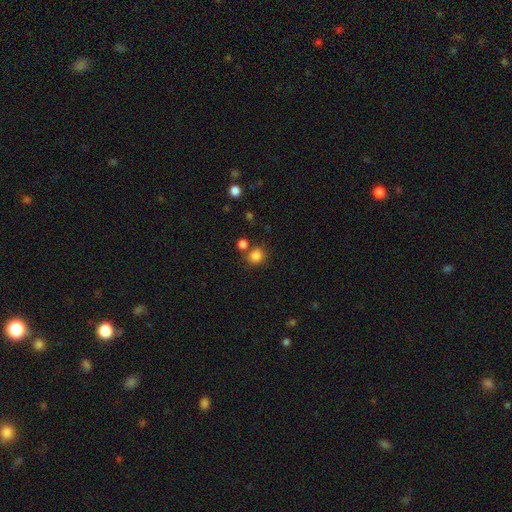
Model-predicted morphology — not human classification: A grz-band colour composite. It shows a smooth galaxy with no disk features (83%) that is round (84%). Merging: none (71%).